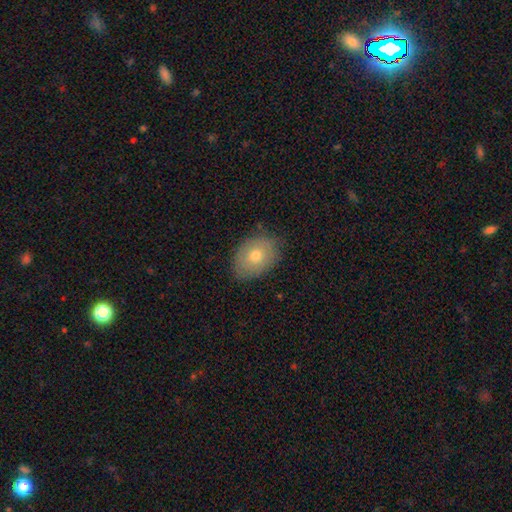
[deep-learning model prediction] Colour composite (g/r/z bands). It shows a smooth galaxy with no disk features (71%) that is in between round and cigar-shaped (75%). Merging: none (83%).